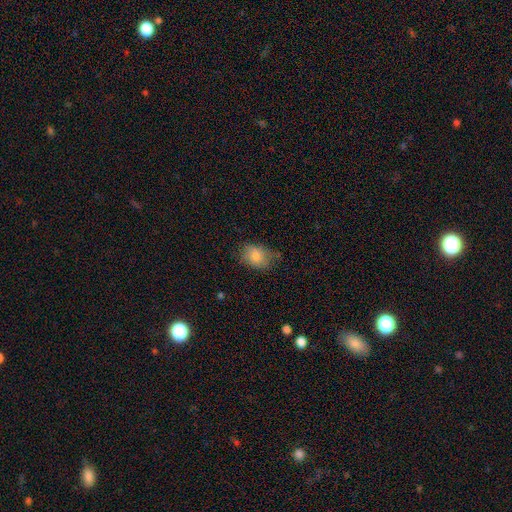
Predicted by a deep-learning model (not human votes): The model was most divided on "how rounded": in between: 68%, round: 31%, cigar-shaped: 1%. More confident: smooth or featured — smooth (80%); merging — none (64%).